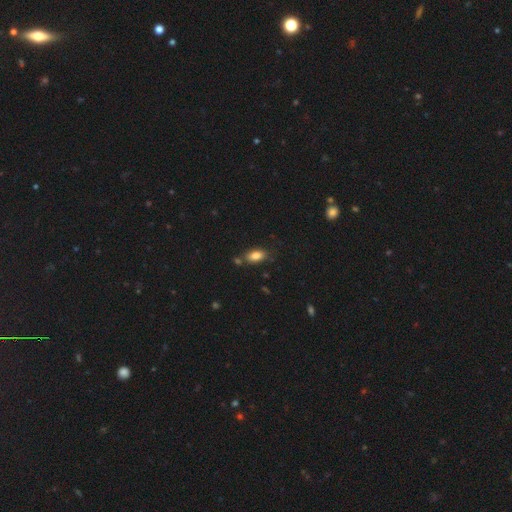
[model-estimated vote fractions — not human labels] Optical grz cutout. It shows a smooth galaxy with no disk features (84%) that is in between round and cigar-shaped (89%). Merging: none (72%).